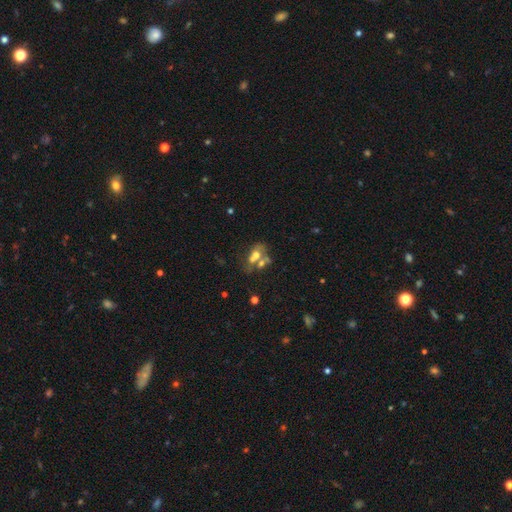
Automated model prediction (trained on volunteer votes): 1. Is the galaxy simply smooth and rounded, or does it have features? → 48% smooth, 37% featured or disk, 15% star or artifact.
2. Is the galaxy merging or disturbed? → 52% merger, 27% none, 11% minor disturbance, 10% major disturbance.